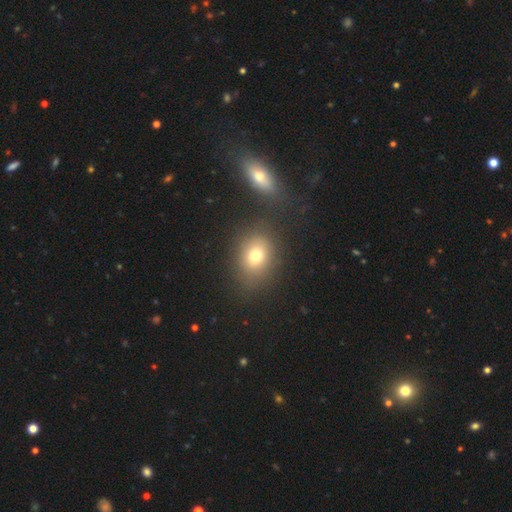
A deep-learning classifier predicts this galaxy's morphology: smooth-or-featured: smooth: 73% | star or artifact: 15% | featured or disk: 12%
  how-rounded: in between: 51% | round: 48% | cigar-shaped: 1%
  merging: none: 75% | minor disturbance: 11% | merger: 8% | major disturbance: 5%